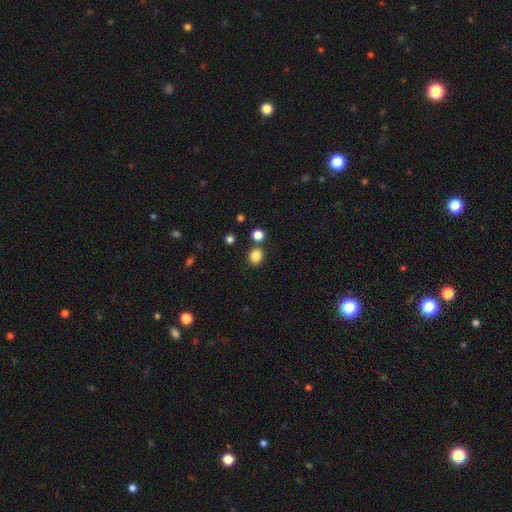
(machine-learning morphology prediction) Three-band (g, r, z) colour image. It shows a smooth galaxy with no disk features (85%) that is round (75%). Merging: none (78%).